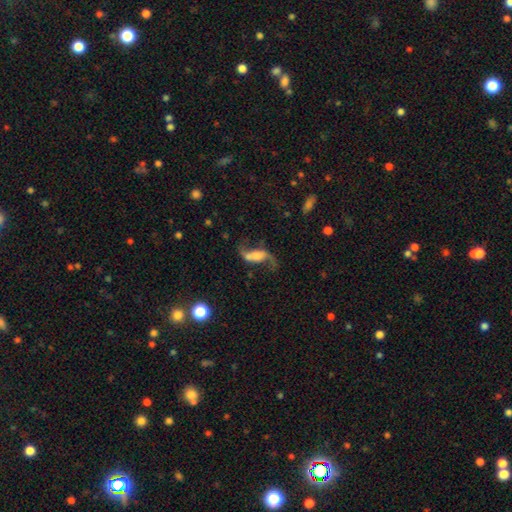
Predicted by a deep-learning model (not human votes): Smooth or featured? featured or disk (79%)
Edge-on disk? no (94%)
Bar? no (40%)
Spiral arms? yes (94%)
Spiral winding? loose (89%)
Spiral arm count? 2 (93%)
Bulge size? small (29%)
Merging? none (64%)